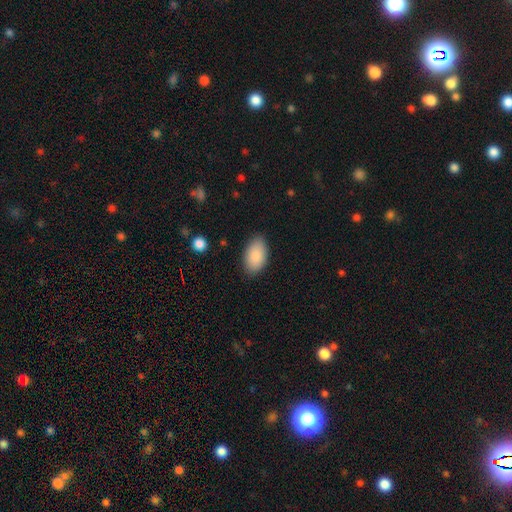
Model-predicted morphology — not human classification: smooth_or_featured: smooth (p=0.88) [alt: star or artifact p=0.06]
how_rounded: in between (p=0.94) [alt: round p=0.04]
merging: none (p=0.85) [alt: minor disturbance p=0.11]